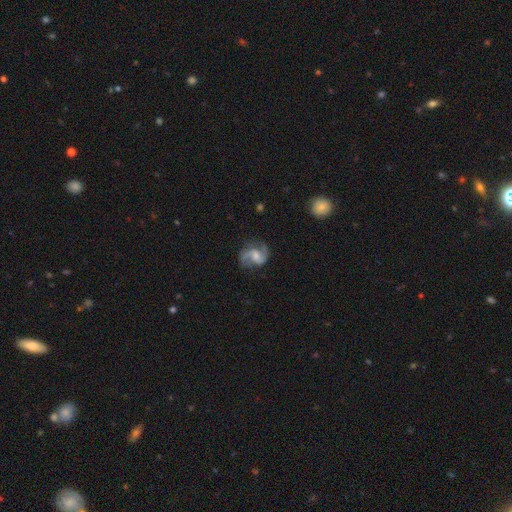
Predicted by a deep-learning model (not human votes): A featured or disk galaxy (87%) with a weak bar (50%), 2 (91%) medium (49%) spiral arms (97%) and a moderate central bulge (42%).

Vote fractions:
- Smooth or featured? featured or disk: 87% / smooth: 8% / star or artifact: 5%
- Edge-on disk? no: 98% / yes: 2%
- Bar? weak: 50% / no: 37% / strong: 13%
- Spiral arms? yes: 97% / no: 3%
- Spiral winding? medium: 49% / loose: 40% / tight: 11%
- Spiral arm count? 2: 91% / can't tell: 3% / 1: 2% / 3: 2% / 4: 1% / more than 4: 1%
- Bulge size? moderate: 42% / small: 35% / none: 16% / large: 6% / dominant: 1%
- Merging? none: 74% / minor disturbance: 17% / major disturbance: 8% / merger: 2%